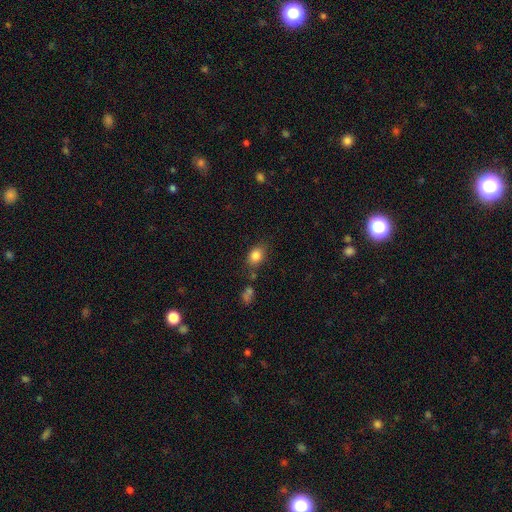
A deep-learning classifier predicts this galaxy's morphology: Overall: smooth (83%). How rounded: in between (69%). Merging: none (73%).